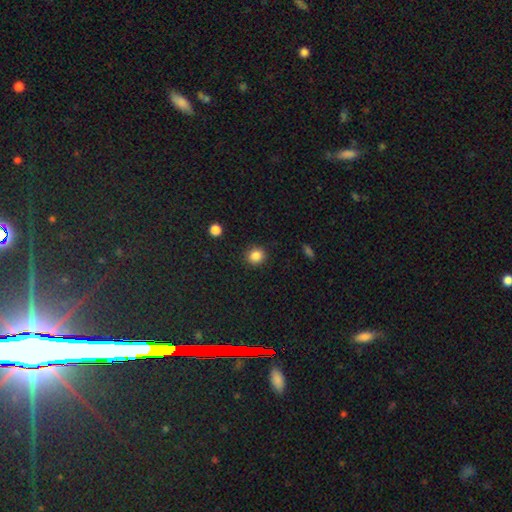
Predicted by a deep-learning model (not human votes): smooth-or-featured: smooth: 85% | star or artifact: 11% | featured or disk: 4%
  how-rounded: round: 86% | in between: 13% | cigar-shaped: 1%
  merging: none: 91% | minor disturbance: 6% | major disturbance: 2% | merger: 1%